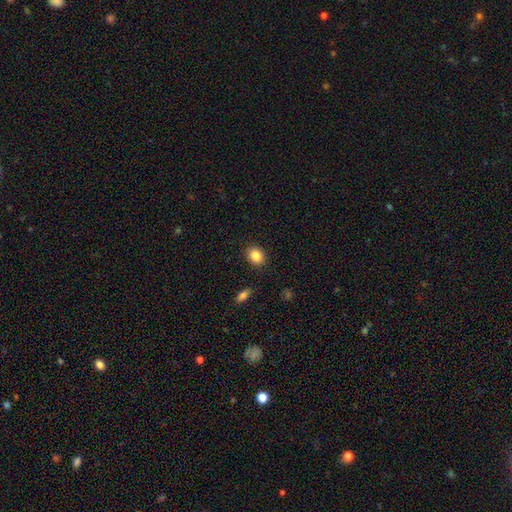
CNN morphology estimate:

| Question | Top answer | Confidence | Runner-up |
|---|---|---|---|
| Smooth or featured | smooth | 85% | star or artifact (9%) |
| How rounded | round | 50% | in between (49%) |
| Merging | none | 89% | minor disturbance (8%) |